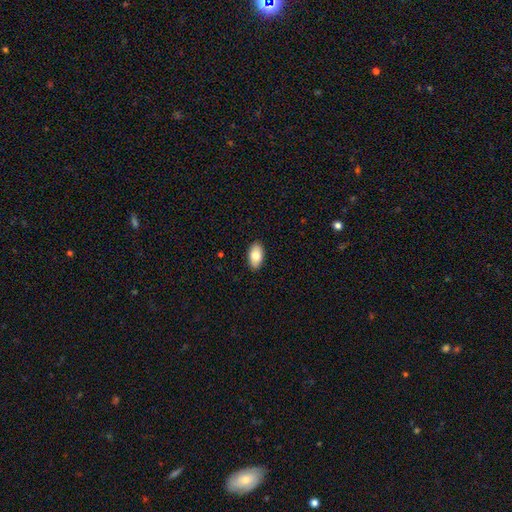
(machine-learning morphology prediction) A smooth galaxy with no disk features (81%) that is in between round and cigar-shaped (94%).

Vote fractions:
- Smooth or featured? smooth: 81% / featured or disk: 12% / star or artifact: 7%
- How rounded? in between: 94% / round: 4% / cigar-shaped: 3%
- Merging? none: 89% / minor disturbance: 8% / major disturbance: 2% / merger: 1%